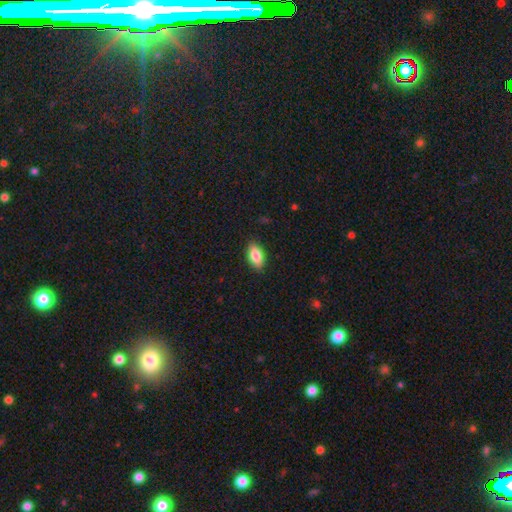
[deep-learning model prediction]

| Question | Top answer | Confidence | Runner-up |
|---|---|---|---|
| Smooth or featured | smooth | 82% | featured or disk (11%) |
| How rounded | in between | 90% | cigar-shaped (6%) |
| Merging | none | 88% | minor disturbance (9%) |